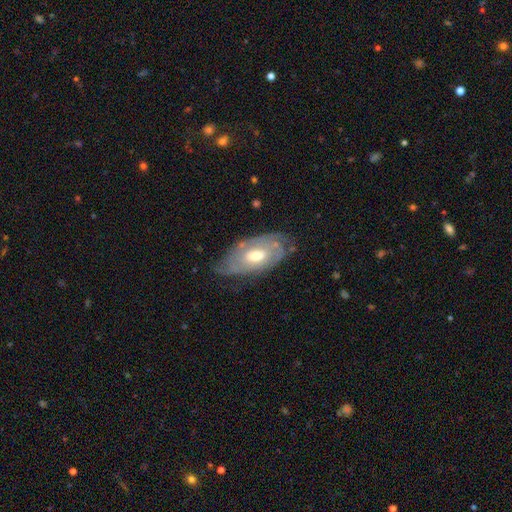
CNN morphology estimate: type=featured or disk (71%); edge-on=no (90%); bar=no (56%); spiral arms=yes (78%); winding=tight (61%); arm count=can't tell (52%); bulge=moderate (71%); merging=none (62%).